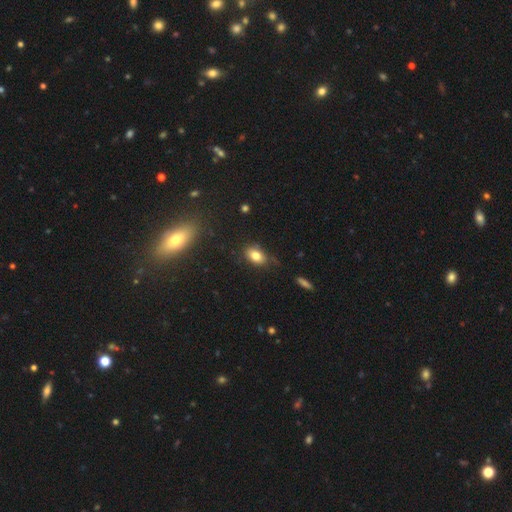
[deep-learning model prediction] Smooth or featured?
  - smooth: 80% *
  - star or artifact: 10%
  - featured or disk: 10%
How rounded?
  - in between: 84% *
  - round: 14%
  - cigar-shaped: 2%
Merging?
  - none: 67% *
  - minor disturbance: 23%
  - major disturbance: 7%
  - merger: 3%